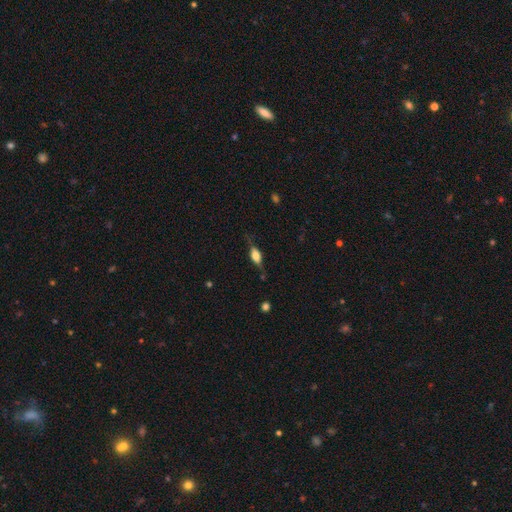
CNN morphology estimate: This is possibly a smooth galaxy (49%). Merging: likely none (68%).